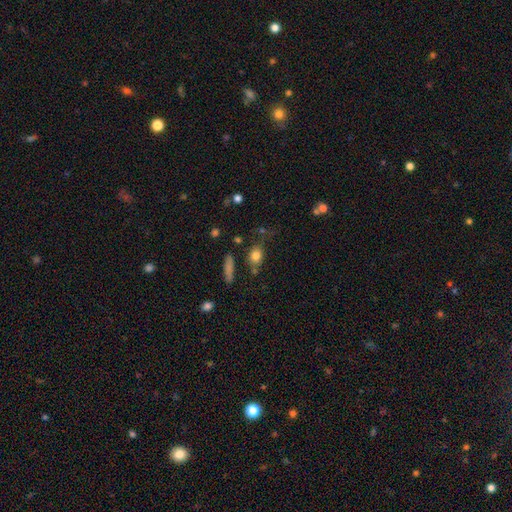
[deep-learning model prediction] Morphology: type=smooth (80%); roundness=in between (53%); merging=none (67%).